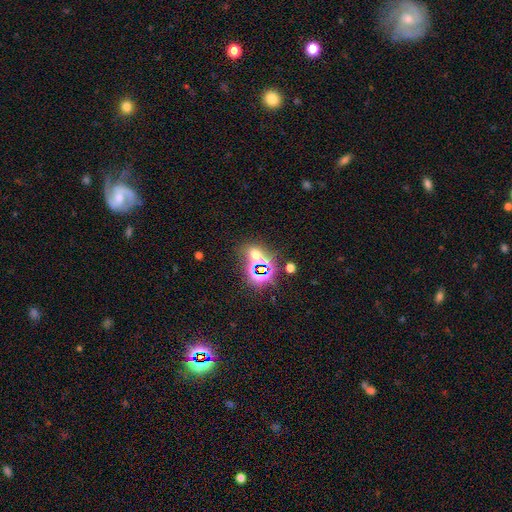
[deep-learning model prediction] Morphology: type=star or artifact (51%).